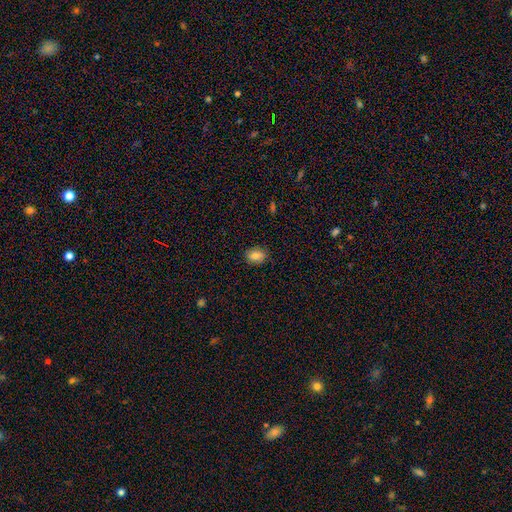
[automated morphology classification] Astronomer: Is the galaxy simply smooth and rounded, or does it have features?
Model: smooth — 82%.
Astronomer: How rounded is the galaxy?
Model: in between — 70%.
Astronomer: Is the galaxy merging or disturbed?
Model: none — 86%.